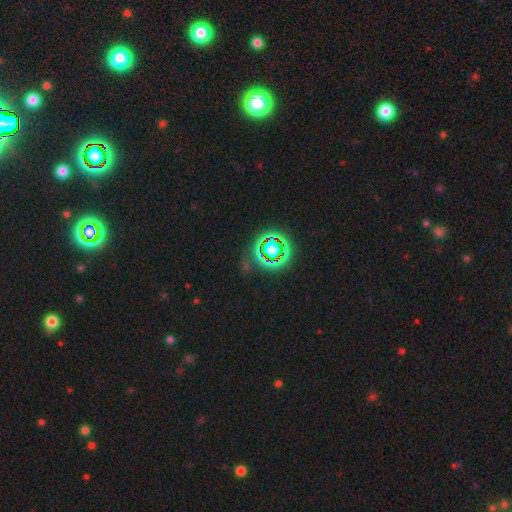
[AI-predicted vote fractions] A star or artifact, not a galaxy (77%).

Vote fractions:
- Smooth or featured? star or artifact: 77% / smooth: 14% / featured or disk: 9%